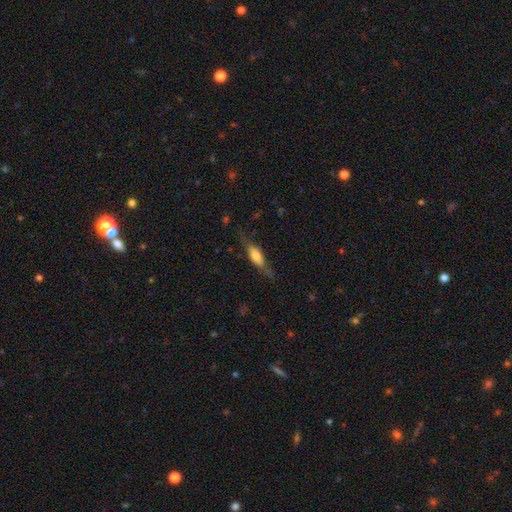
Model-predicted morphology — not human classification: Overall: featured or disk (49%; smooth 44%). Merging: none (67%).